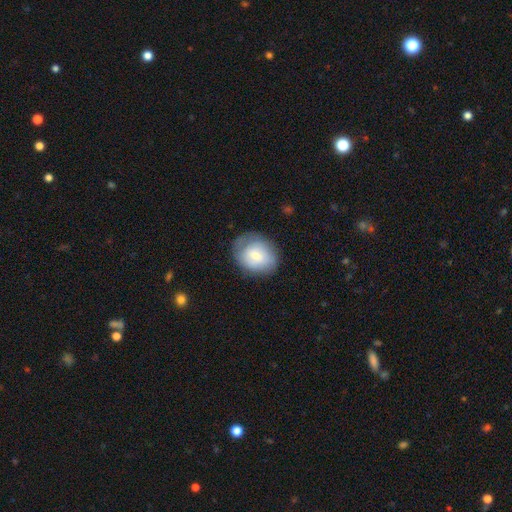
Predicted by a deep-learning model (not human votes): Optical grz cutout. It shows a smooth galaxy with no disk features (68%) that is round (59%). Merging: none (69%).